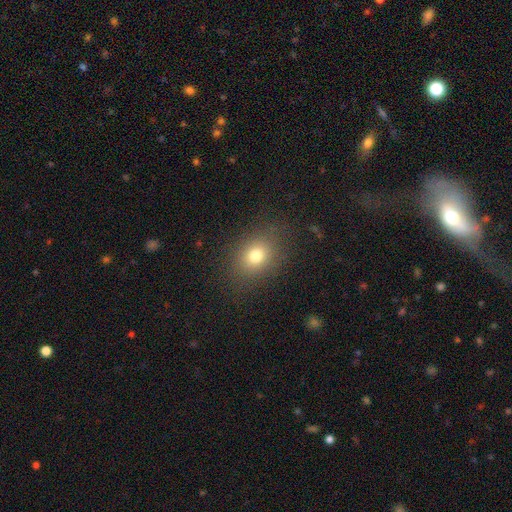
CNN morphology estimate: A smooth galaxy with no disk features (76%) that is in between round and cigar-shaped (50%). Merging: none (84%).